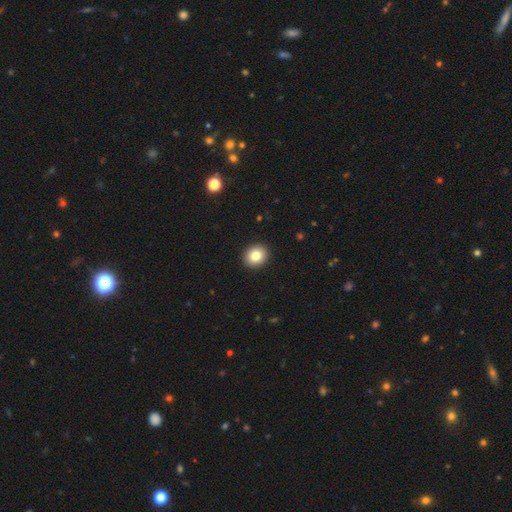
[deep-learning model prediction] smooth_or_featured: smooth (p=0.82) [alt: star or artifact p=0.10]
how_rounded: round (p=0.80) [alt: in between p=0.19]
merging: none (p=0.93) [alt: minor disturbance p=0.05]